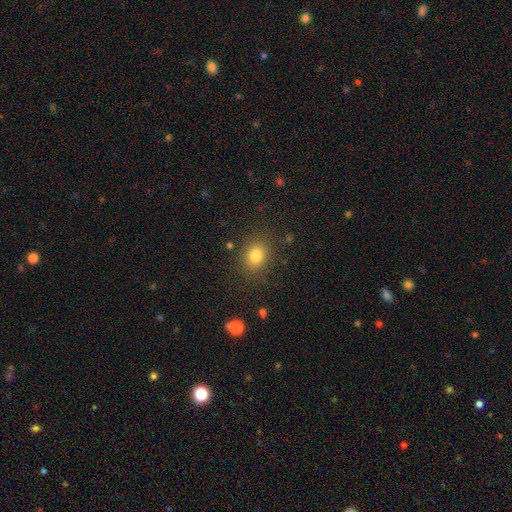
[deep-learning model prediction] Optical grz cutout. It shows a smooth galaxy with no disk features (80%) that is round (54%). Merging: none (84%).